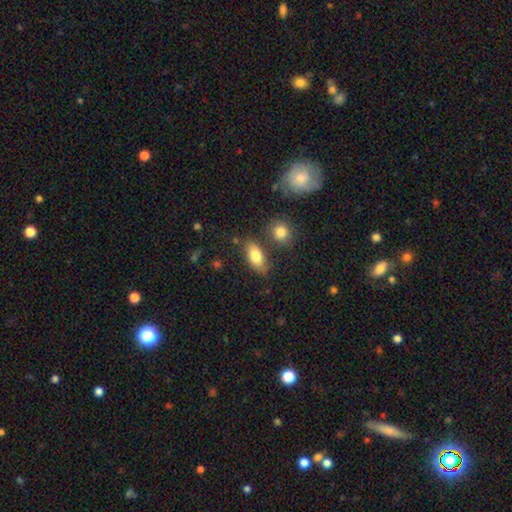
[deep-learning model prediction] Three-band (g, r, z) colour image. It shows a smooth galaxy with no disk features (81%) that is in between round and cigar-shaped (86%). Merging: none (73%).